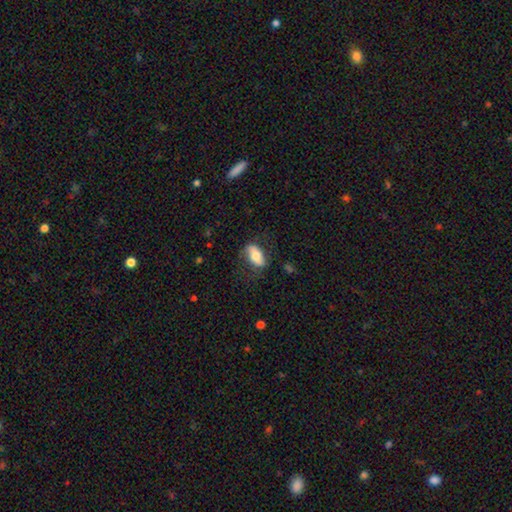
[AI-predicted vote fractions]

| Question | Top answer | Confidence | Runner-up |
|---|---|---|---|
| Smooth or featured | smooth | 61% | featured or disk (33%) |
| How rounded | in between | 87% | cigar-shaped (8%) |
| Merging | none | 67% | minor disturbance (22%) |